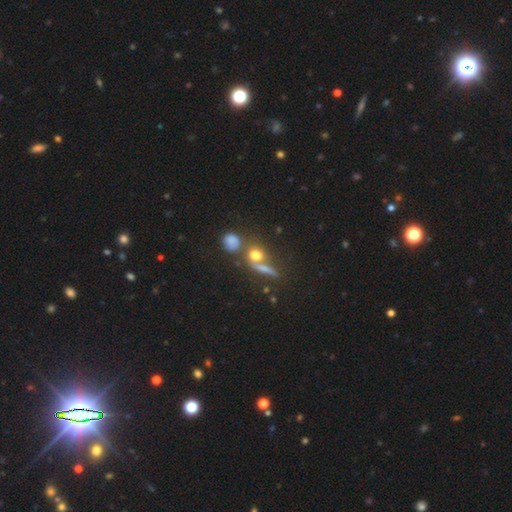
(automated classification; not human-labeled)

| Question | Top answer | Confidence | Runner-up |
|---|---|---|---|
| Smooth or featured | smooth | 55% | featured or disk (25%) |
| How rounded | round | 52% | in between (28%) |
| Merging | none | 43% | merger (36%) |